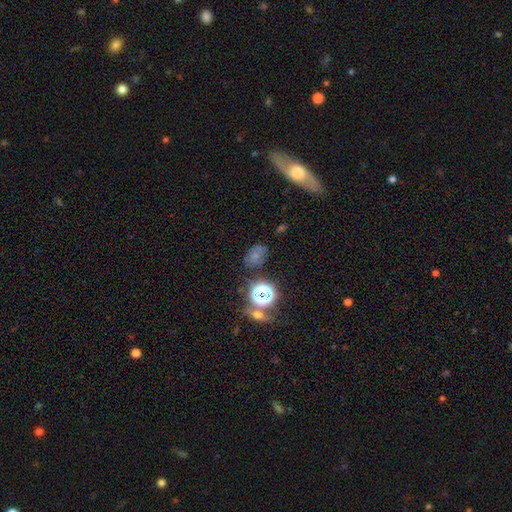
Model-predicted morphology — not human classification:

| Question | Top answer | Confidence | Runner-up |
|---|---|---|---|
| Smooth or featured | smooth | 46% | star or artifact (34%) |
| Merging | none | 71% | minor disturbance (17%) |